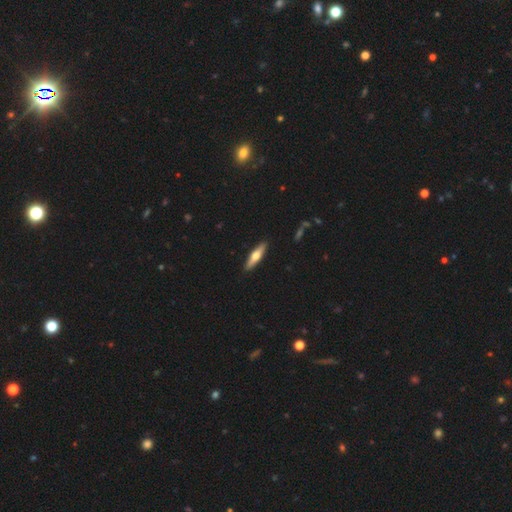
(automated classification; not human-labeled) A featured or disk galaxy (50%).

Vote fractions:
- Smooth or featured? featured or disk: 50% / smooth: 45% / star or artifact: 5%
- Merging? none: 91% / minor disturbance: 6% / major disturbance: 1% / merger: 1%